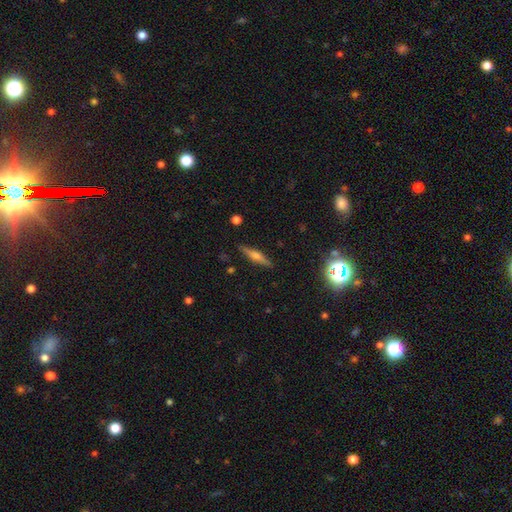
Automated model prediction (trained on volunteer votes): Morphology: type=featured or disk (56%); edge-on=yes (96%); edge-on bulge=rounded (84%); merging=none (89%).